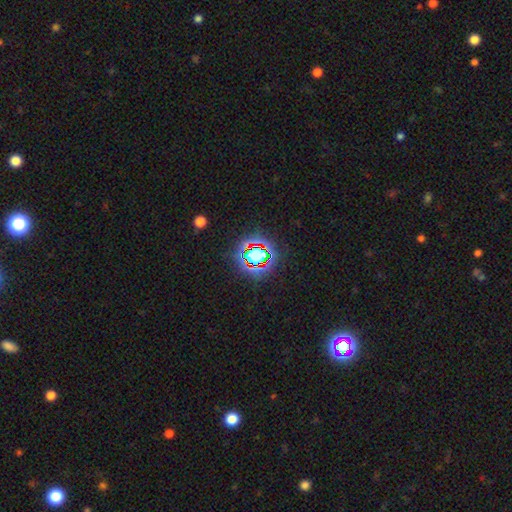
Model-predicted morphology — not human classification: A star or artifact, not a galaxy (68%).